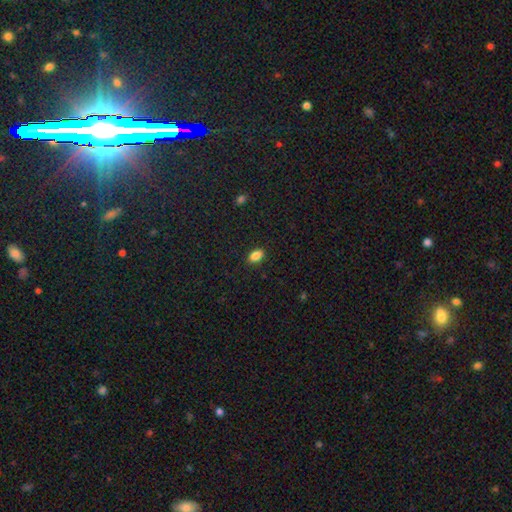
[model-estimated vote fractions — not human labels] Q: Smooth or featured?
A: smooth (86%); runner-up: star or artifact (10%)
Q: How rounded?
A: in between (89%); runner-up: round (8%)
Q: Merging?
A: none (88%); runner-up: minor disturbance (9%)